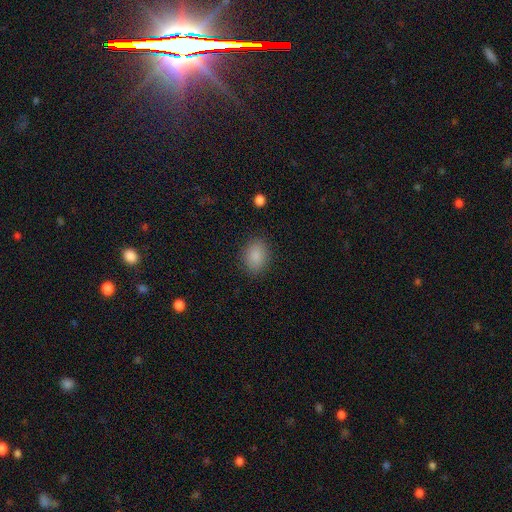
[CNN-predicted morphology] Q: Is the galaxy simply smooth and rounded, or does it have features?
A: smooth — 88%.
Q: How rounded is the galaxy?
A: in between — 72%.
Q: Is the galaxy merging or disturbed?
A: none — 87%.